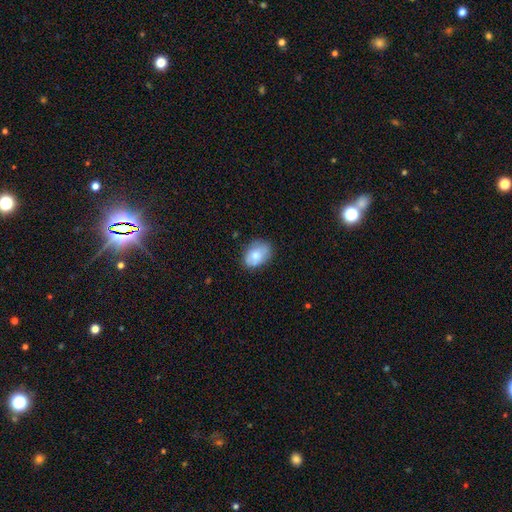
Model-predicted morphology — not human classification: type=smooth (71%); roundness=in between (73%); merging=none (73%).